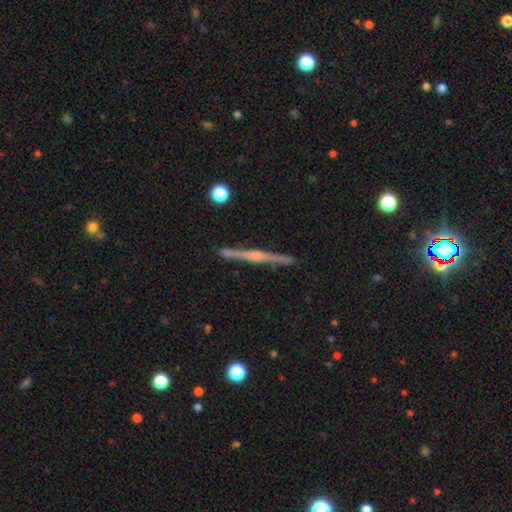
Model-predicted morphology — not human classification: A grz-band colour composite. It shows a featured or disk galaxy (81%) viewed edge-on (98%) with a rounded central bulge (74%). Merging: none (91%).